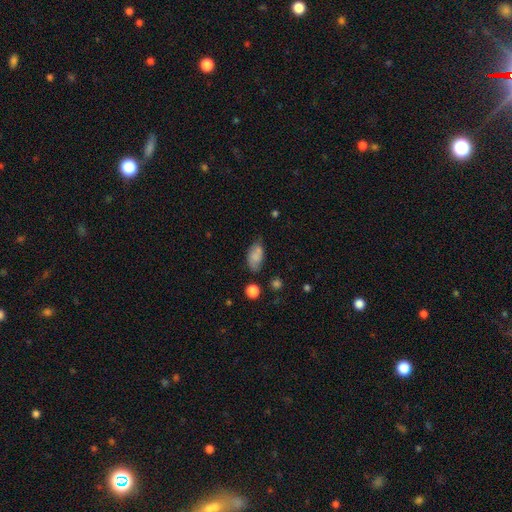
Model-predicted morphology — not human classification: smooth_or_featured: smooth (p=0.77) [alt: featured or disk p=0.14]
how_rounded: in between (p=0.90) [alt: round p=0.06]
merging: none (p=0.56) [alt: minor disturbance p=0.27]